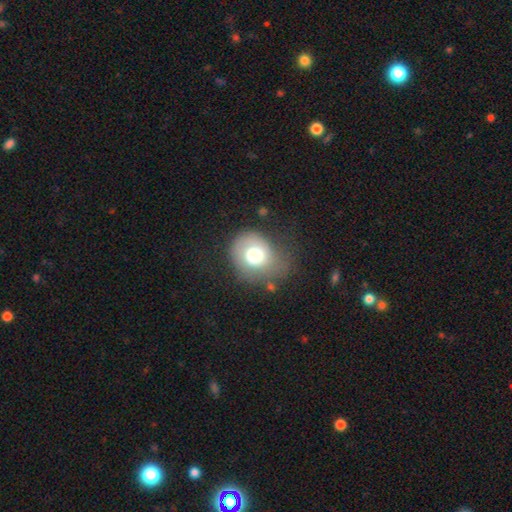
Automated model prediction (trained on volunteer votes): Q: Smooth or featured?
A: smooth (67%); runner-up: featured or disk (23%)
Q: How rounded?
A: round (65%); runner-up: in between (34%)
Q: Merging?
A: none (45%); runner-up: minor disturbance (31%)